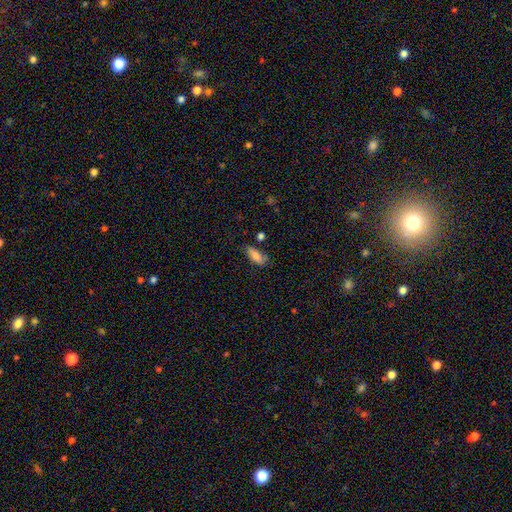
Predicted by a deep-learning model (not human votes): smooth 81%, featured or disk 12%, star or artifact 7%. Down the decision tree: how rounded — in between (76%); merging — none (66%).